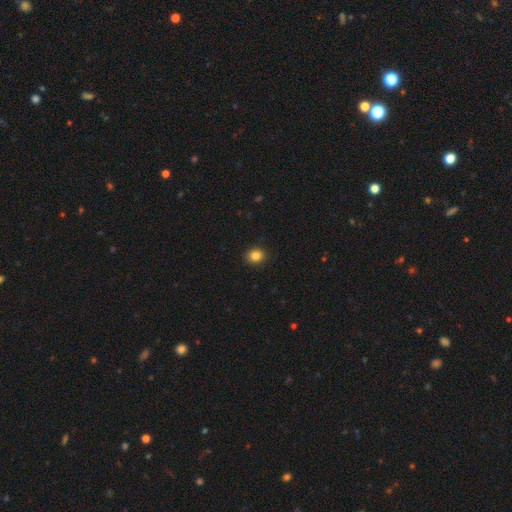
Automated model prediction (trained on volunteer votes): This appears to be a smooth galaxy with no disk features (85%) that is round (71%). Merging: none (91%).